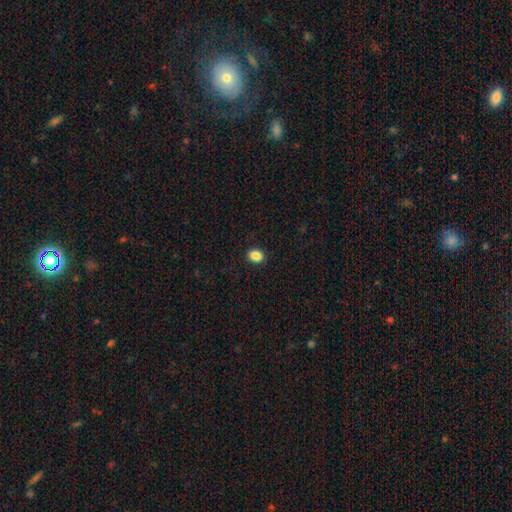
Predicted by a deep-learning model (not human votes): smooth_or_featured: smooth (p=0.87) [alt: star or artifact p=0.09]
how_rounded: in between (p=0.60) [alt: round p=0.39]
merging: none (p=0.90) [alt: minor disturbance p=0.07]